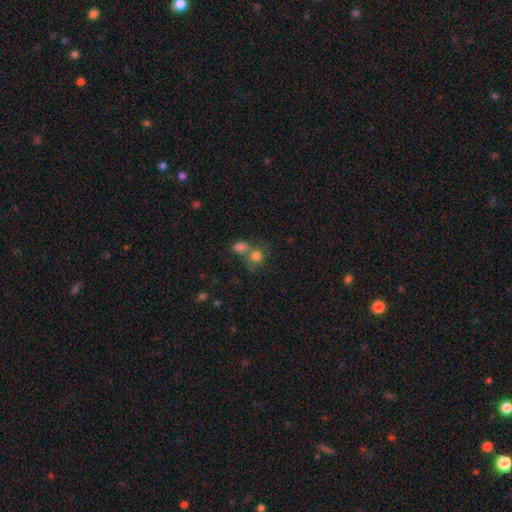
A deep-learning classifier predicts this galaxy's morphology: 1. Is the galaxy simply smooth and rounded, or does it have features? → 76% smooth, 12% featured or disk, 12% star or artifact.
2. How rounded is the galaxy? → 73% round, 26% in between, 1% cigar-shaped.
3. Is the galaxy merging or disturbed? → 46% merger, 37% none, 11% minor disturbance, 6% major disturbance.